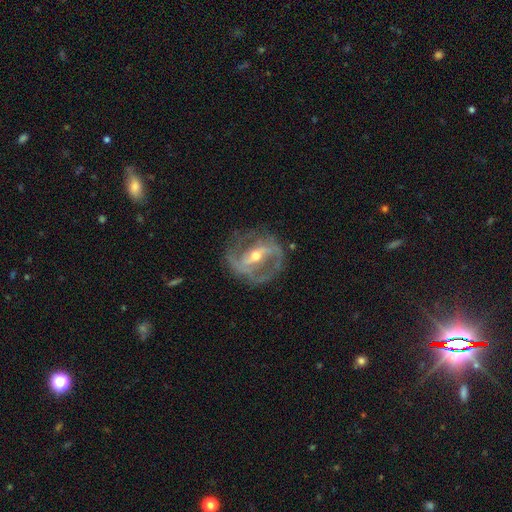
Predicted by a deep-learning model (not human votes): Morphology: type=featured or disk (88%); edge-on=no (93%); bar=strong (65%); spiral arms=yes (87%); winding=medium (45%); arm count=2 (78%); bulge=moderate (50%); merging=none (72%).